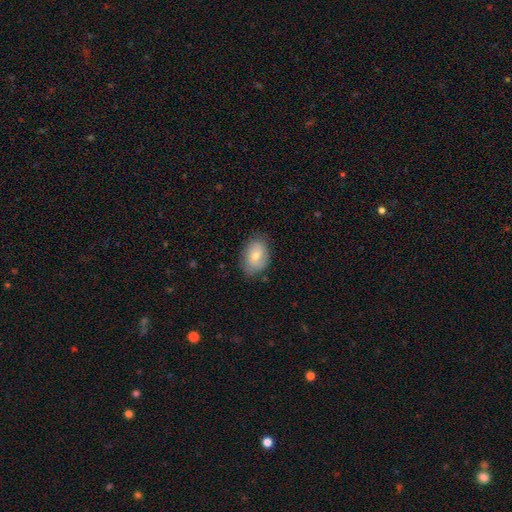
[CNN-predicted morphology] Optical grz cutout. It shows a smooth galaxy with no disk features (68%) that is in between round and cigar-shaped (81%). Merging: none (78%).